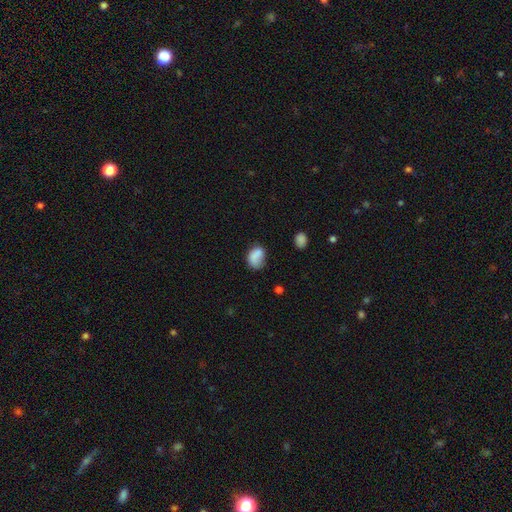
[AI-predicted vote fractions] Smooth or featured?
  - smooth: 79% *
  - featured or disk: 11%
  - star or artifact: 9%
How rounded?
  - in between: 72% *
  - round: 26%
  - cigar-shaped: 1%
Merging?
  - none: 48% *
  - minor disturbance: 29%
  - major disturbance: 14%
  - merger: 9%